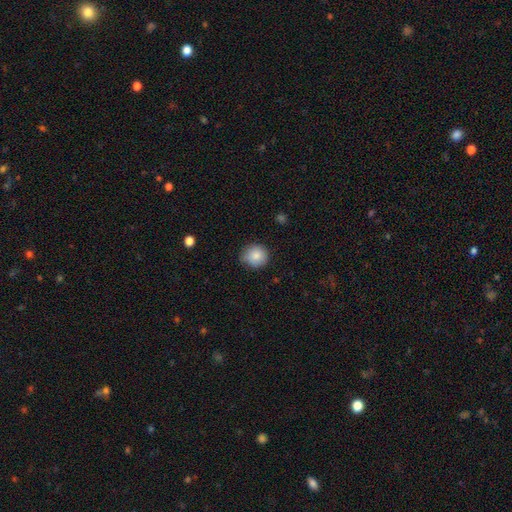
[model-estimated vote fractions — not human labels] This is clearly a smooth galaxy (86%). How rounded: clearly round (89%). Merging: likely none (76%).